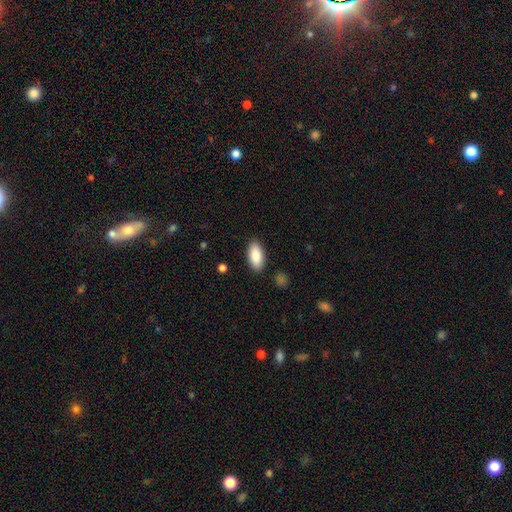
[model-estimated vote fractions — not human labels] Morphology: type=smooth (88%); roundness=in between (91%); merging=none (88%).